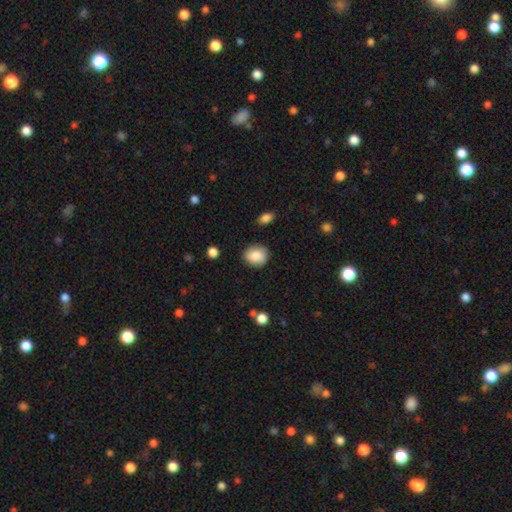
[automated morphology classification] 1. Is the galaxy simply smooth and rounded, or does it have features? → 87% smooth, 8% star or artifact, 5% featured or disk.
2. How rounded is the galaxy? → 63% round, 36% in between, 1% cigar-shaped.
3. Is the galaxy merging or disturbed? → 84% none, 12% minor disturbance, 3% major disturbance, 2% merger.